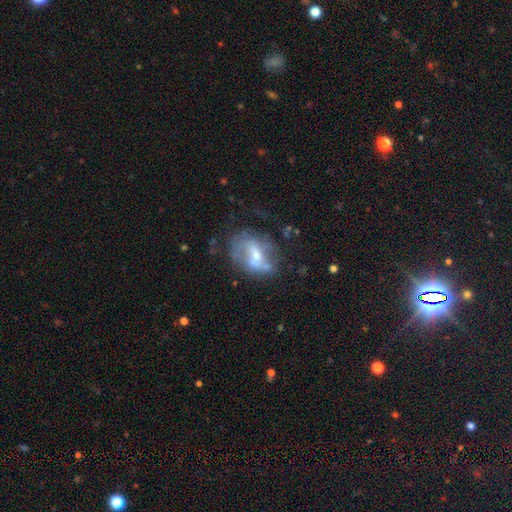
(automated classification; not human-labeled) Smooth or featured? featured or disk (60%)
Edge-on disk? no (95%)
Bar? no (45%)
Spiral arms? no (63%)
Bulge size? moderate (47%)
Merging? none (38%)